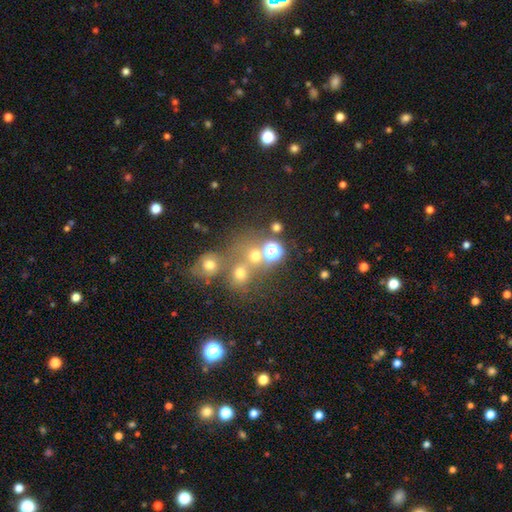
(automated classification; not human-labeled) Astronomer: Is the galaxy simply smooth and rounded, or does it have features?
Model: smooth — 60%.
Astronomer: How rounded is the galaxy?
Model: round — 81%.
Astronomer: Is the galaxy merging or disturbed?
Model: none — 54% (runner-up: merger, 32%).